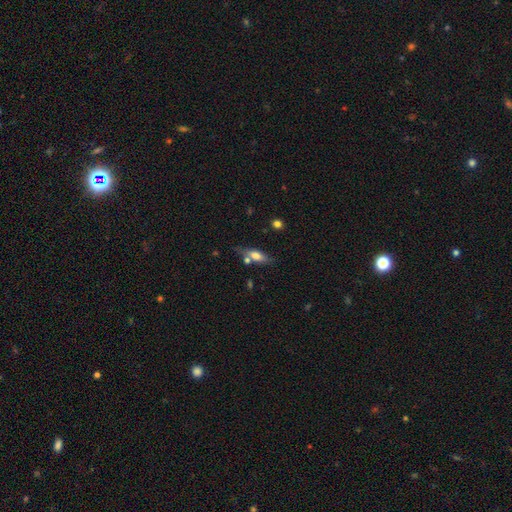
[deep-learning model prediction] smooth_or_featured: smooth (p=0.61) [alt: featured or disk p=0.31]
how_rounded: in between (p=0.60) [alt: cigar-shaped p=0.36]
merging: none (p=0.59) [alt: minor disturbance p=0.19]